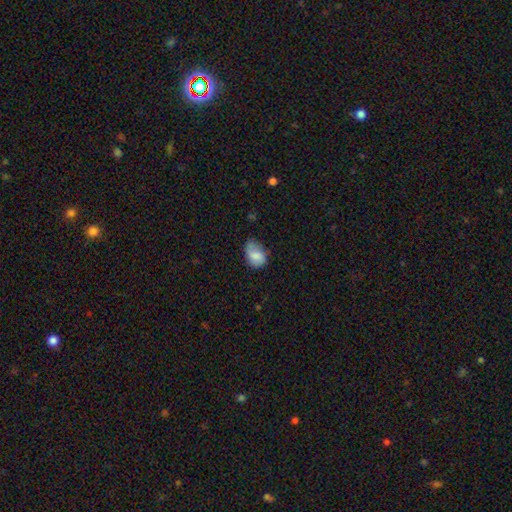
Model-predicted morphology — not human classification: smooth_or_featured: smooth (p=0.76) [alt: featured or disk p=0.16]
how_rounded: in between (p=0.77) [alt: round p=0.22]
merging: none (p=0.45) [alt: minor disturbance p=0.40]